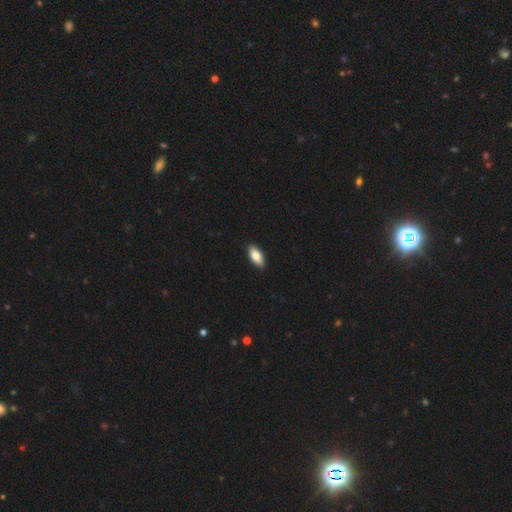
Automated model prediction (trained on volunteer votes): smooth-or-featured: smooth: 79% | featured or disk: 15% | star or artifact: 6%
  how-rounded: in between: 83% | cigar-shaped: 14% | round: 2%
  merging: none: 91% | minor disturbance: 6% | major disturbance: 1% | merger: 1%